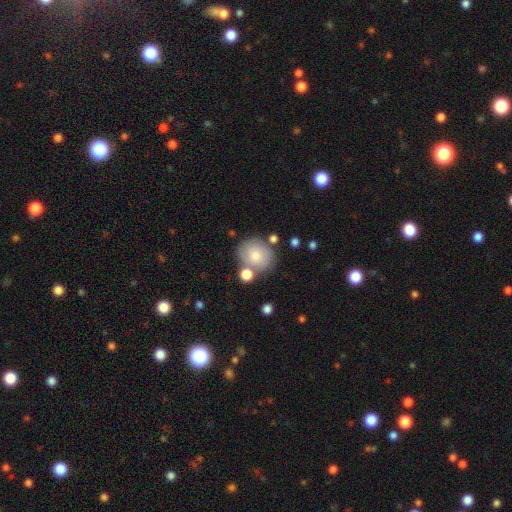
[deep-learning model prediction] smooth_or_featured: smooth (p=0.75) [alt: featured or disk p=0.17]
how_rounded: round (p=0.78) [alt: in between p=0.21]
merging: none (p=0.66) [alt: minor disturbance p=0.15]